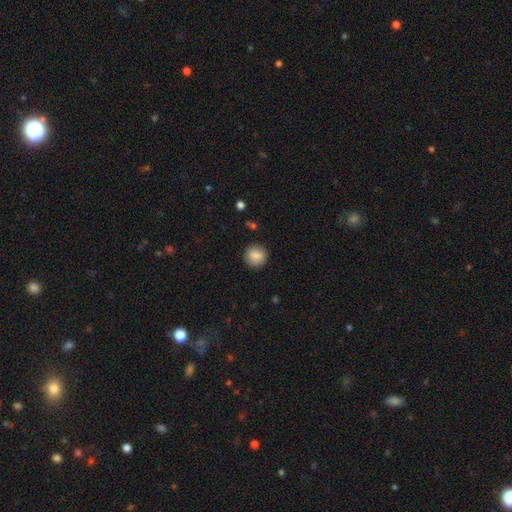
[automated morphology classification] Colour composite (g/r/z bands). It shows a smooth galaxy with no disk features (87%) that is round (92%). Merging: none (90%).